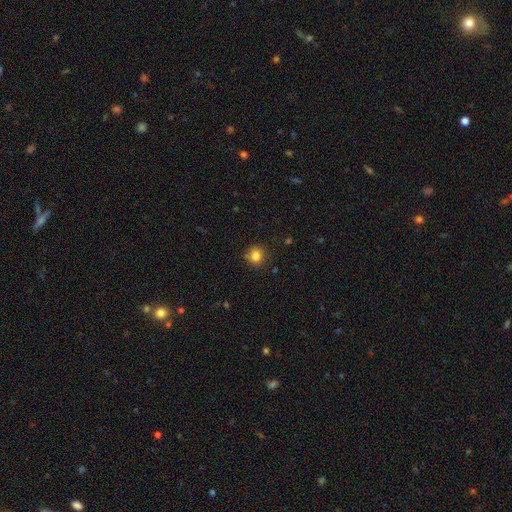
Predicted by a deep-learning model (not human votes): smooth 84%, star or artifact 11%, featured or disk 5%. Down the decision tree: how rounded — round (88%); merging — none (87%).